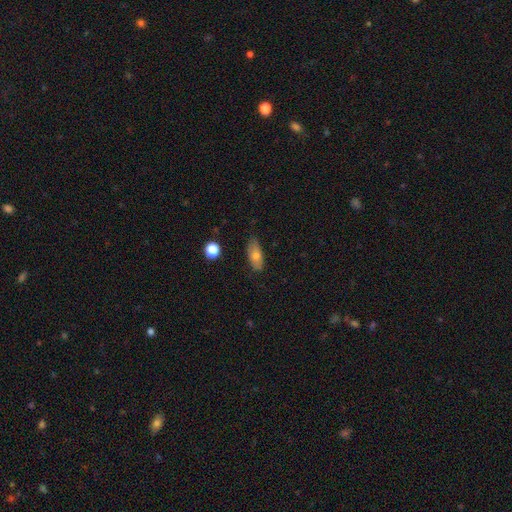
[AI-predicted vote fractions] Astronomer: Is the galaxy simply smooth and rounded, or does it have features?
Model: smooth — 71%.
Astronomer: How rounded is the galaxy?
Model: in between — 79%.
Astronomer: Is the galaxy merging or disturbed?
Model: none — 78%.